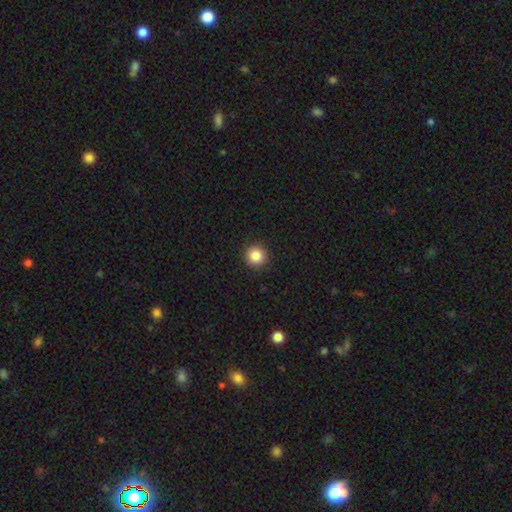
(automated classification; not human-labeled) smooth_or_featured: smooth (p=0.85) [alt: star or artifact p=0.10]
how_rounded: round (p=0.95) [alt: in between p=0.04]
merging: none (p=0.93) [alt: minor disturbance p=0.05]